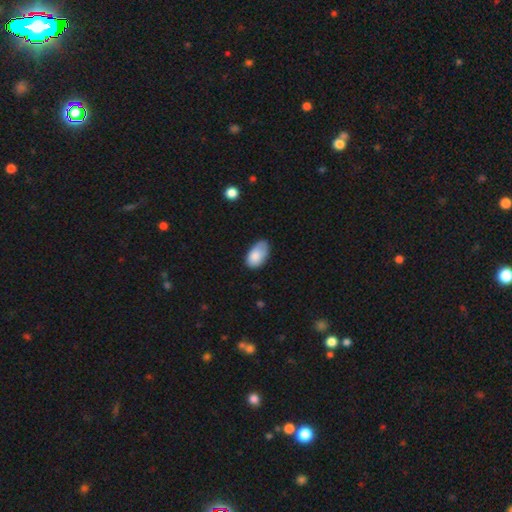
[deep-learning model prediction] This appears to be a smooth galaxy with no disk features (81%) that is in between round and cigar-shaped (93%). Merging: none (50%).